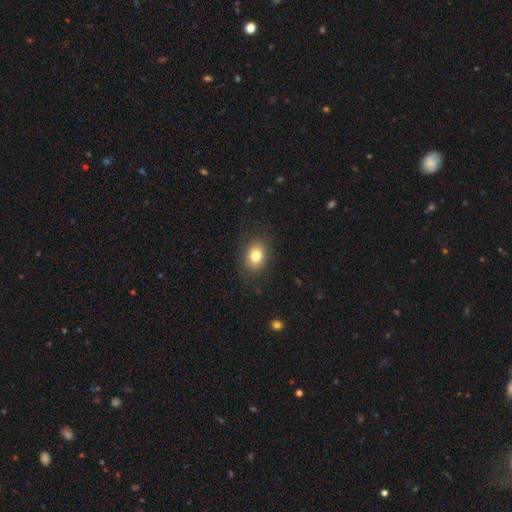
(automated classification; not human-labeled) Smooth or featured?
  - smooth: 80% *
  - star or artifact: 10%
  - featured or disk: 10%
How rounded?
  - in between: 62% *
  - round: 37%
  - cigar-shaped: 1%
Merging?
  - none: 85% *
  - minor disturbance: 10%
  - major disturbance: 4%
  - merger: 1%